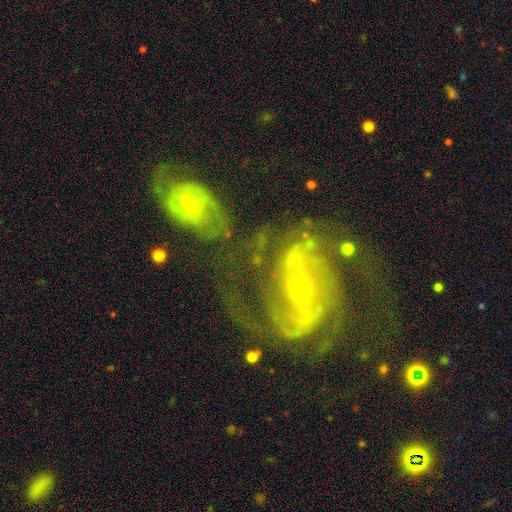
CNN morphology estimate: Smooth or featured? featured or disk (87%)
Edge-on disk? no (97%)
Bar? strong (52%)
Spiral arms? yes (94%)
Spiral winding? medium (49%)
Spiral arm count? 2 (70%)
Bulge size? small (80%)
Merging? none (43%)